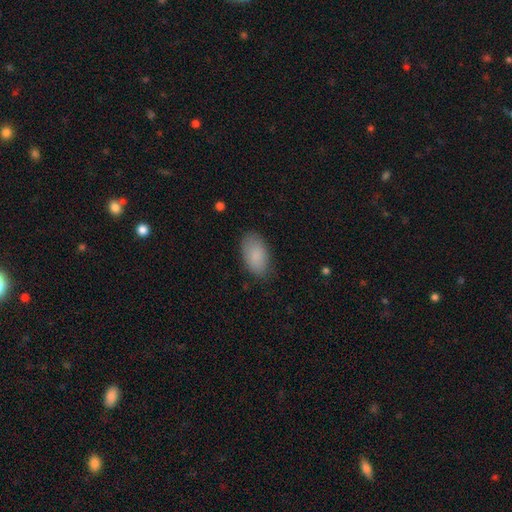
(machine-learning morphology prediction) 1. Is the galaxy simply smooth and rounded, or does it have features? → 87% smooth, 7% star or artifact, 6% featured or disk.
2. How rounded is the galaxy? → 94% in between, 4% round, 2% cigar-shaped.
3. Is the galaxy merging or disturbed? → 81% none, 14% minor disturbance, 3% major disturbance, 1% merger.